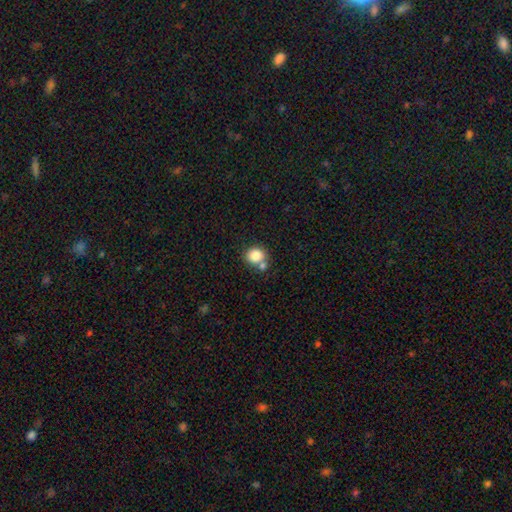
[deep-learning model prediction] This is clearly a smooth galaxy (83%). How rounded: likely round (79%). Merging: possibly none (57%).